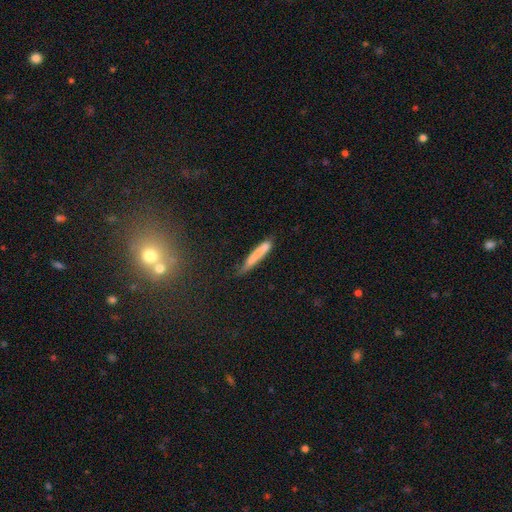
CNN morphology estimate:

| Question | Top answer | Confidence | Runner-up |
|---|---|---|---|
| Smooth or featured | smooth | 76% | featured or disk (17%) |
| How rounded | cigar-shaped | 93% | in between (5%) |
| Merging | none | 63% | minor disturbance (26%) |